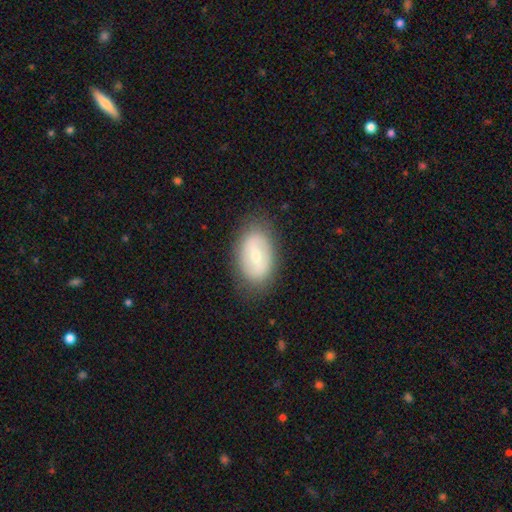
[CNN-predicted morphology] smooth_or_featured: featured or disk (p=0.48) [alt: smooth p=0.46]
merging: none (p=0.82) [alt: minor disturbance p=0.12]